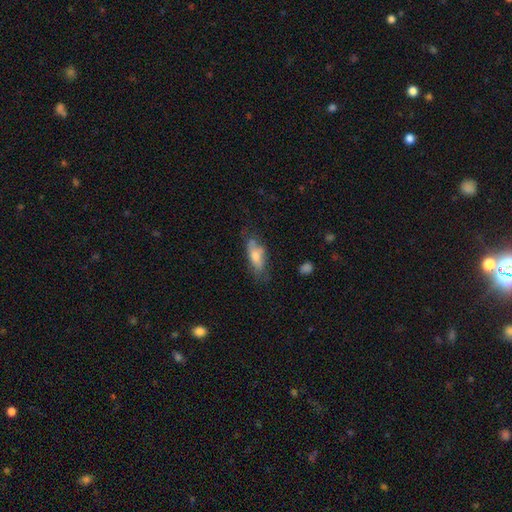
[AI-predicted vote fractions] This is possibly a smooth galaxy (58%). How rounded: likely in between (65%). Merging: possibly none (56%).